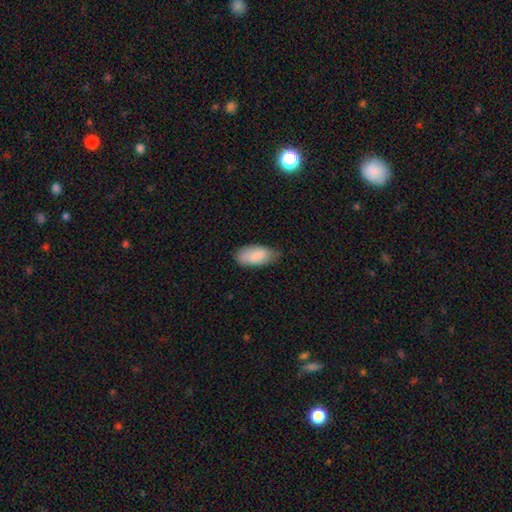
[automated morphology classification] Smooth or featured? smooth (85%)
How rounded? in between (92%)
Merging? none (65%)